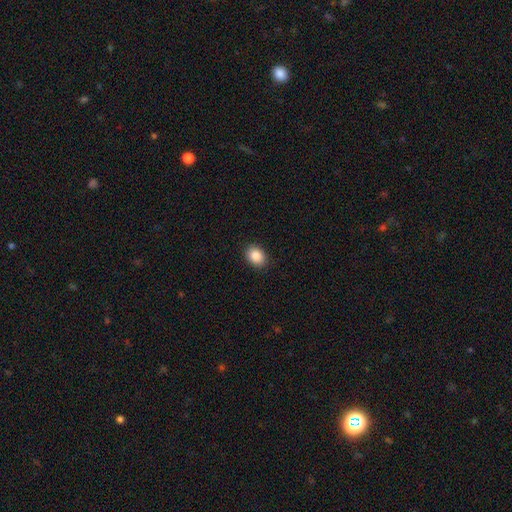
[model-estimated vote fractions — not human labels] A smooth galaxy with no disk features (87%) that is in between round and cigar-shaped (61%).

Vote fractions:
- Smooth or featured? smooth: 87% / star or artifact: 8% / featured or disk: 4%
- How rounded? in between: 61% / round: 38% / cigar-shaped: 1%
- Merging? none: 89% / minor disturbance: 8% / major disturbance: 2% / merger: 1%